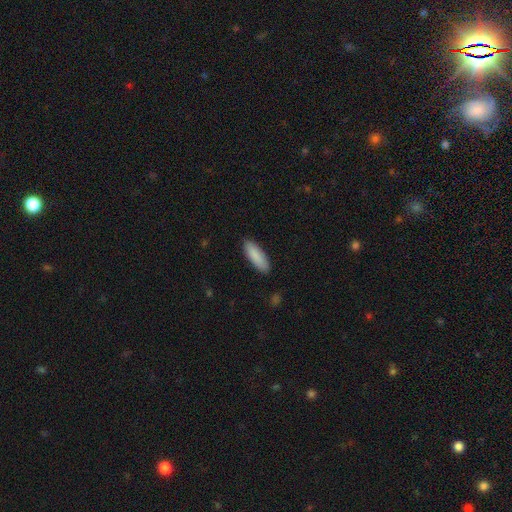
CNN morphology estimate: smooth-or-featured: smooth: 89% | featured or disk: 6% | star or artifact: 5%
  how-rounded: in between: 63% | cigar-shaped: 36% | round: 1%
  merging: none: 88% | minor disturbance: 9% | major disturbance: 2% | merger: 1%